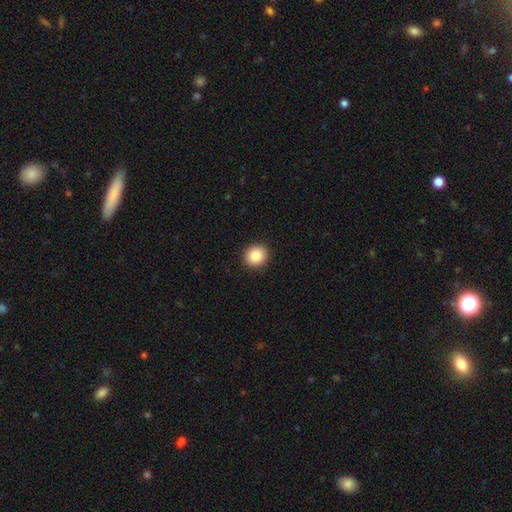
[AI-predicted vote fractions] Smooth or featured?
  - smooth: 86% *
  - star or artifact: 9%
  - featured or disk: 5%
How rounded?
  - round: 86% *
  - in between: 13%
  - cigar-shaped: 1%
Merging?
  - none: 92% *
  - minor disturbance: 5%
  - major disturbance: 2%
  - merger: 1%